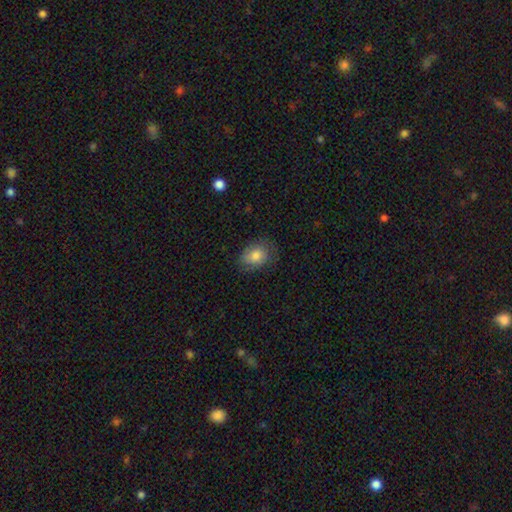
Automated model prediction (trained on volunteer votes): The model was most divided on "how rounded": in between: 65%, round: 34%, cigar-shaped: 1%. More confident: smooth or featured — smooth (82%); merging — none (74%).